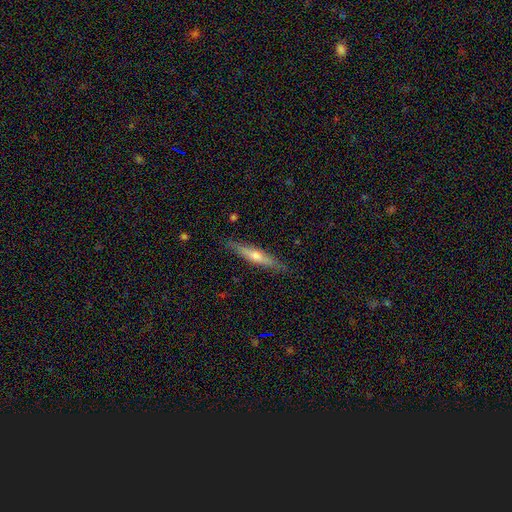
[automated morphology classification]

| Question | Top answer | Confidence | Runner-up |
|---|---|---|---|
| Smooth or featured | featured or disk | 54% | smooth (40%) |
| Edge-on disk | yes | 94% | no (6%) |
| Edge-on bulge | rounded | 78% | none (16%) |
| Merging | none | 87% | minor disturbance (10%) |